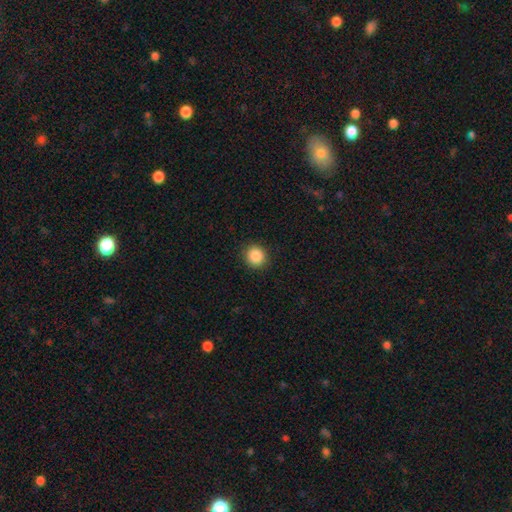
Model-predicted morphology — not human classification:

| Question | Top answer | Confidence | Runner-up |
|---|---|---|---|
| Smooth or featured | smooth | 88% | star or artifact (9%) |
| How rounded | round | 90% | in between (9%) |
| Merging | none | 91% | minor disturbance (6%) |